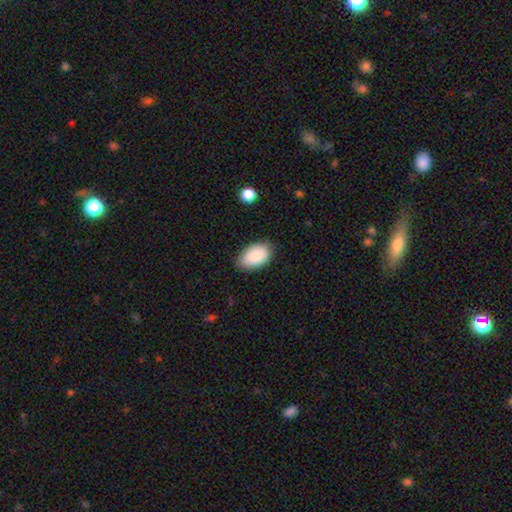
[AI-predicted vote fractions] Q: Smooth or featured?
A: smooth (87%); runner-up: featured or disk (7%)
Q: How rounded?
A: in between (93%); runner-up: round (6%)
Q: Merging?
A: none (80%); runner-up: minor disturbance (16%)